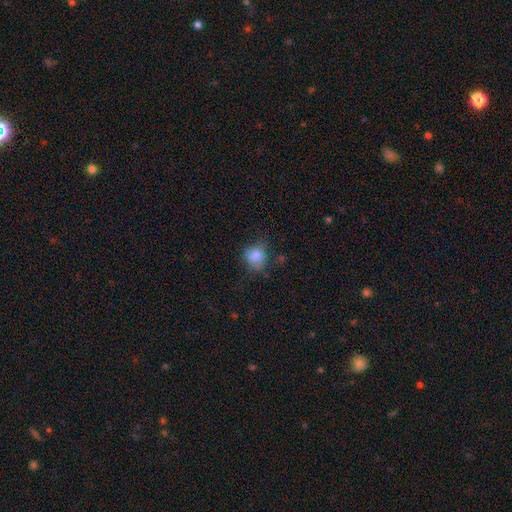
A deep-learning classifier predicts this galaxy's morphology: The model was most divided on "merging": none: 54%, minor disturbance: 29%, major disturbance: 14%, merger: 3%. More confident: smooth or featured — smooth (79%); how rounded — round (62%).